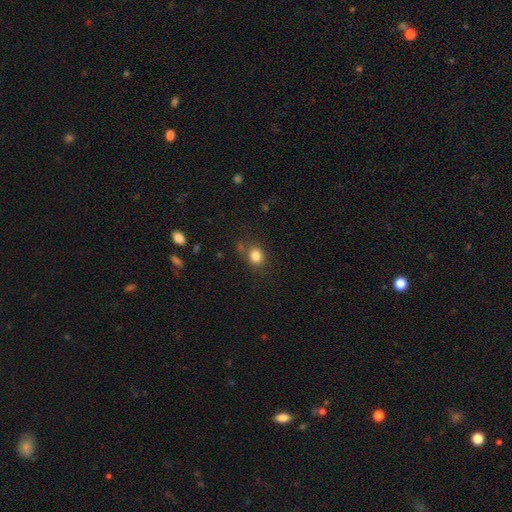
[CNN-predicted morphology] Smooth or featured?
  - smooth: 82% *
  - star or artifact: 12%
  - featured or disk: 7%
How rounded?
  - round: 60% *
  - in between: 39%
  - cigar-shaped: 1%
Merging?
  - none: 76% *
  - minor disturbance: 15%
  - merger: 5%
  - major disturbance: 4%